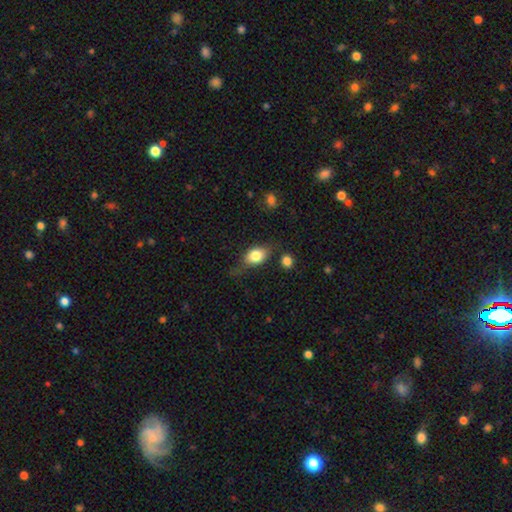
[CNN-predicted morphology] type=smooth (76%); roundness=in between (75%); merging=none (59%).